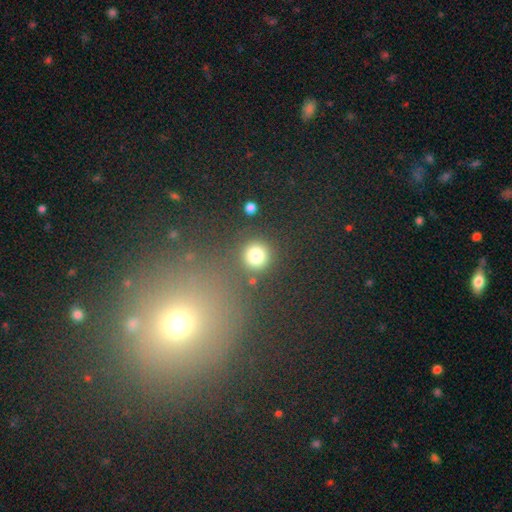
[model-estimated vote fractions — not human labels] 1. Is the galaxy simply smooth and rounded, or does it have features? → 80% smooth, 14% star or artifact, 6% featured or disk.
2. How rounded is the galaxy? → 90% round, 9% in between, 1% cigar-shaped.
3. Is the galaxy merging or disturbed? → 83% none, 8% minor disturbance, 5% merger, 4% major disturbance.